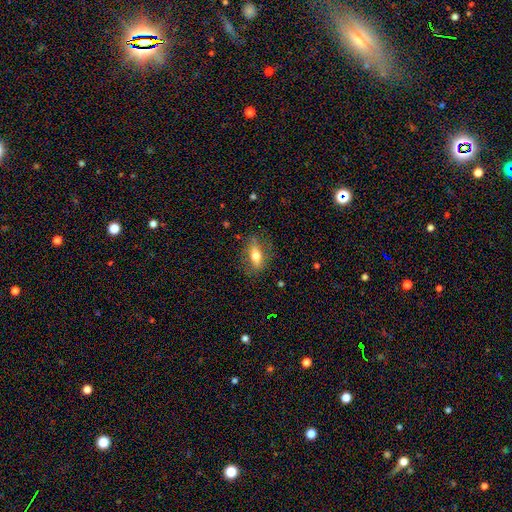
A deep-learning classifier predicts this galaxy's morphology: smooth-or-featured: smooth: 59% | featured or disk: 33% | star or artifact: 8%
  how-rounded: in between: 66% | cigar-shaped: 29% | round: 6%
  merging: none: 77% | minor disturbance: 16% | major disturbance: 5% | merger: 1%